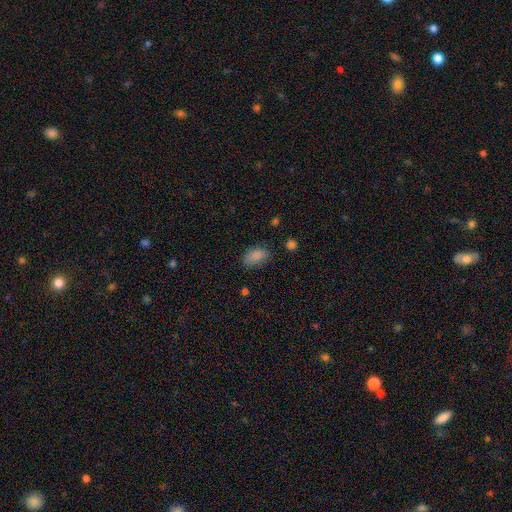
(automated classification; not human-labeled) smooth_or_featured: smooth (p=0.84) [alt: star or artifact p=0.10]
how_rounded: in between (p=0.89) [alt: round p=0.10]
merging: none (p=0.70) [alt: minor disturbance p=0.22]